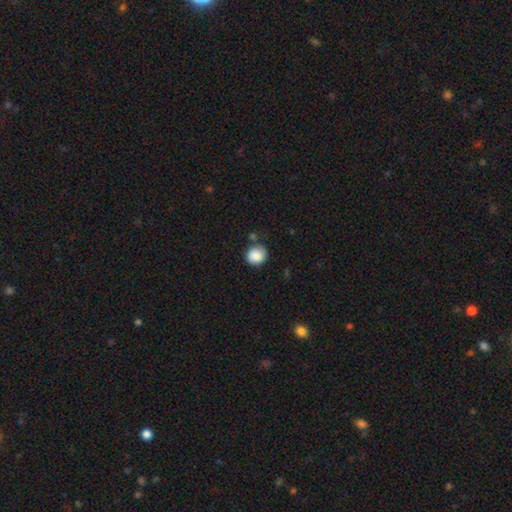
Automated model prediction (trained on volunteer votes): Smooth or featured?
  - smooth: 87% *
  - star or artifact: 8%
  - featured or disk: 4%
How rounded?
  - round: 82% *
  - in between: 17%
  - cigar-shaped: 1%
Merging?
  - none: 77% *
  - minor disturbance: 15%
  - merger: 5%
  - major disturbance: 4%